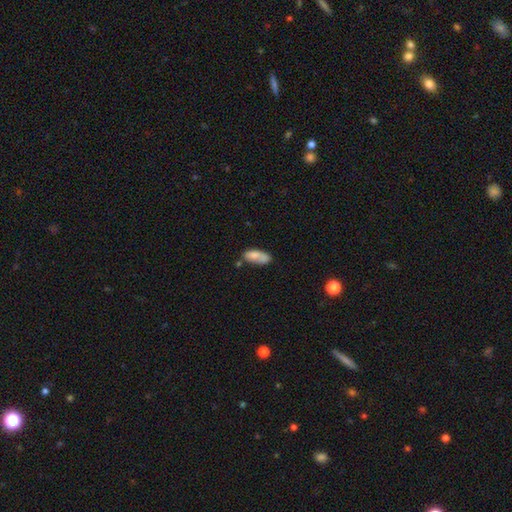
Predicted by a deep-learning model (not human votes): Smooth or featured: smooth — 74% (featured or disk — 18%)
How rounded: in between — 80% (cigar-shaped — 17%)
Merging: none — 48% (minor disturbance — 25%)